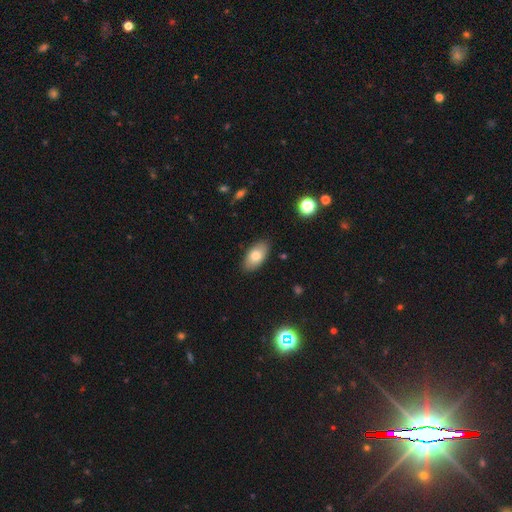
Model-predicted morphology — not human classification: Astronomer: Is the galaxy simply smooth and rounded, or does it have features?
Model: smooth — 78%.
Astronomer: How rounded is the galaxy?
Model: in between — 93%.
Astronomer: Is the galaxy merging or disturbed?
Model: none — 86%.